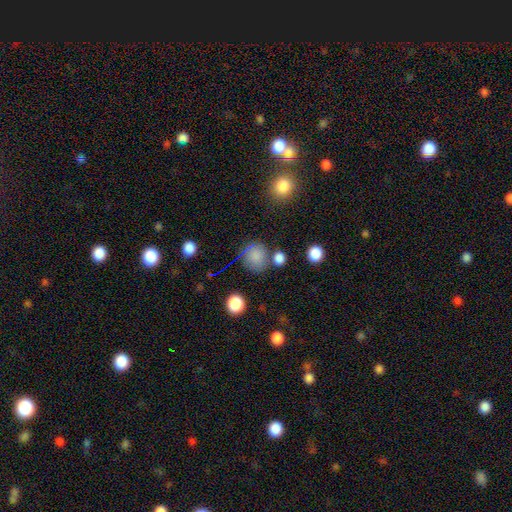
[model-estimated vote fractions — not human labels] Q: Smooth or featured?
A: smooth (78%); runner-up: star or artifact (12%)
Q: How rounded?
A: round (80%); runner-up: in between (19%)
Q: Merging?
A: none (65%); runner-up: minor disturbance (17%)